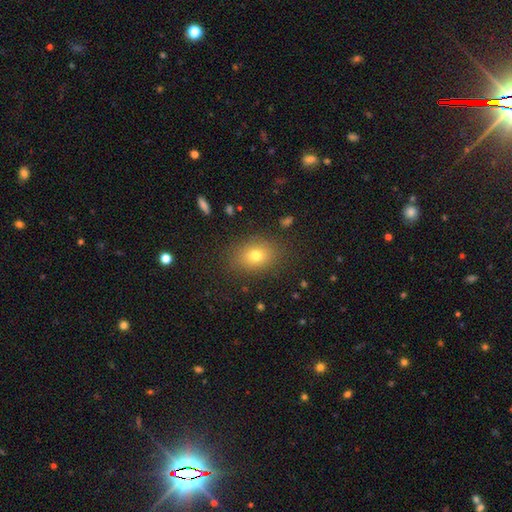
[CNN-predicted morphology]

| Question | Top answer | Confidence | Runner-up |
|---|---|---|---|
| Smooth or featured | smooth | 74% | star or artifact (14%) |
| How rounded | in between | 61% | round (38%) |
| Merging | none | 84% | minor disturbance (11%) |